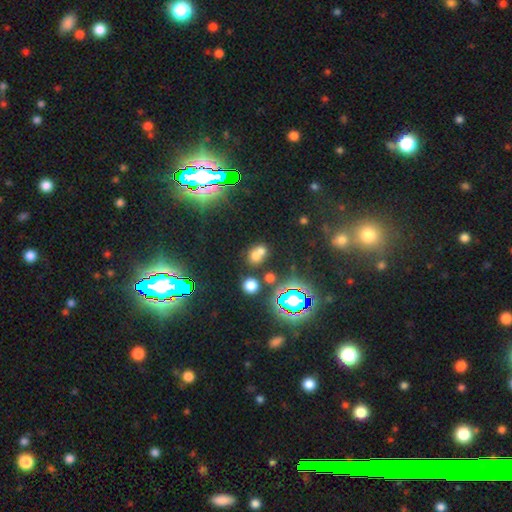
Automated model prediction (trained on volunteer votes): A smooth galaxy with no disk features (54%) that is round (60%). Merging: merger (50%).